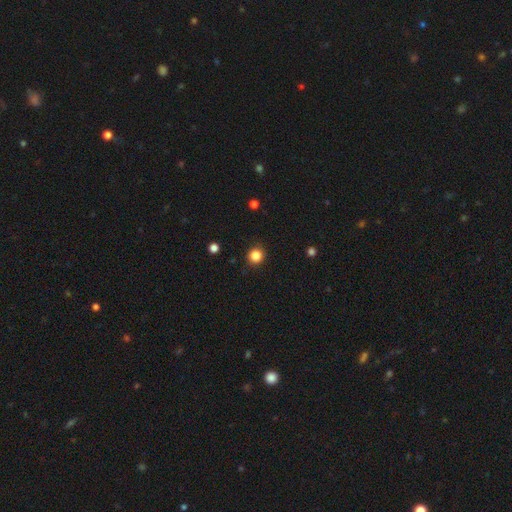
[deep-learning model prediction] The model was most divided on "smooth or featured": smooth: 85%, star or artifact: 12%, featured or disk: 3%. More confident: how rounded — round (93%); merging — none (90%).